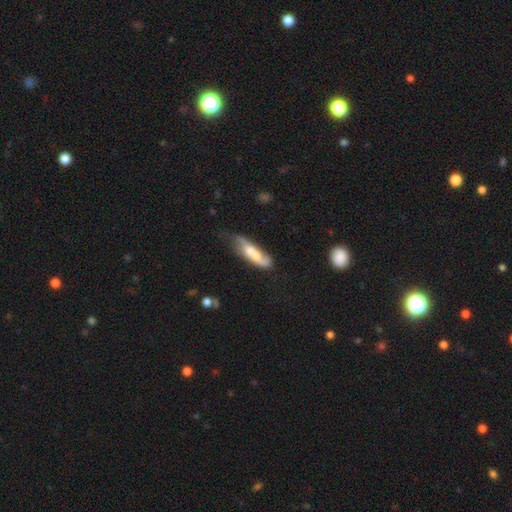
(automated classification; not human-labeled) Smooth or featured: featured or disk — 51% (smooth — 43%)
Edge-on disk: no — 74% (yes — 26%)
Merging: merger — 30% (tied with none — 30%)